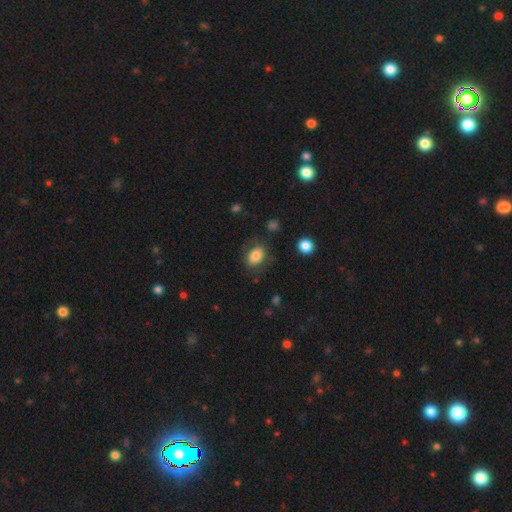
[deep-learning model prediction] Smooth or featured: smooth — 81% (featured or disk — 10%)
How rounded: in between — 75% (round — 24%)
Merging: none — 71% (minor disturbance — 17%)